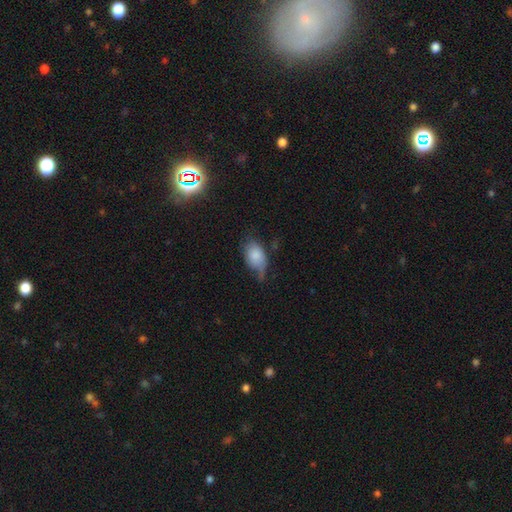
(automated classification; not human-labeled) Smooth or featured: smooth — 75% (featured or disk — 17%)
How rounded: in between — 89% (round — 9%)
Merging: minor disturbance — 42% (none — 35%)